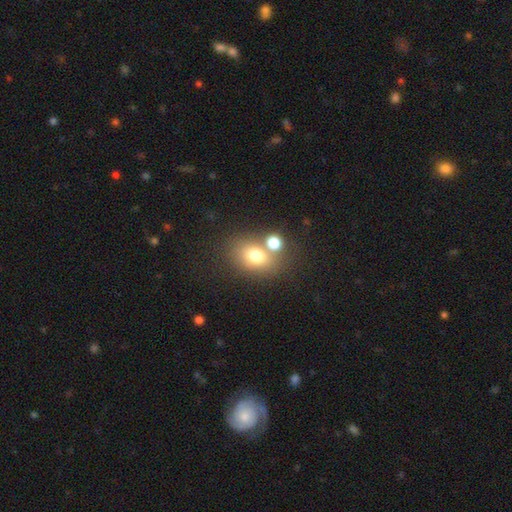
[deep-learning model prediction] This appears to be a smooth galaxy with no disk features (74%) that is in between round and cigar-shaped (60%). Merging: none (52%).